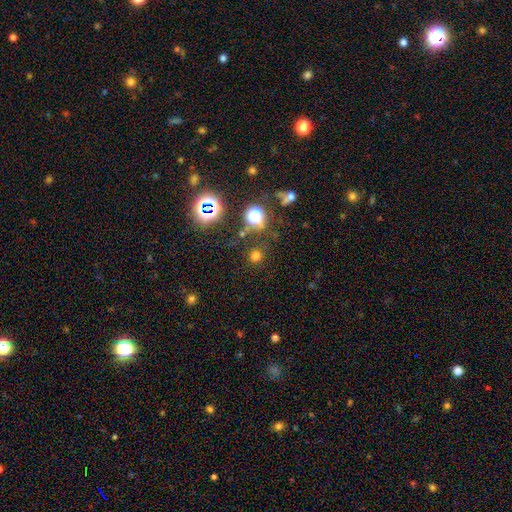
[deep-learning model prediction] This is likely a smooth galaxy (64%). How rounded: clearly round (90%). Merging: clearly none (82%).